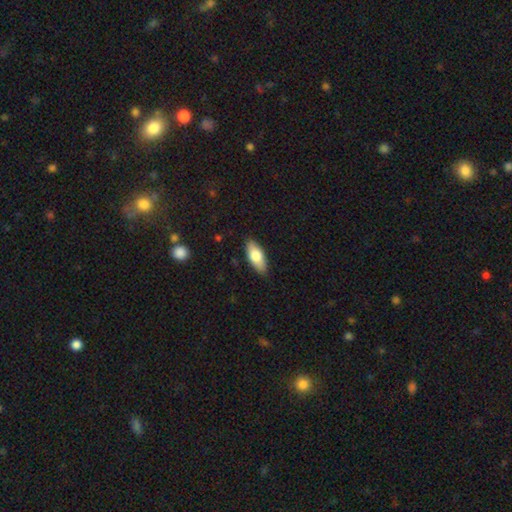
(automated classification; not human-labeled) Q: Smooth or featured?
A: smooth (76%); runner-up: featured or disk (18%)
Q: How rounded?
A: in between (83%); runner-up: cigar-shaped (14%)
Q: Merging?
A: none (87%); runner-up: minor disturbance (10%)